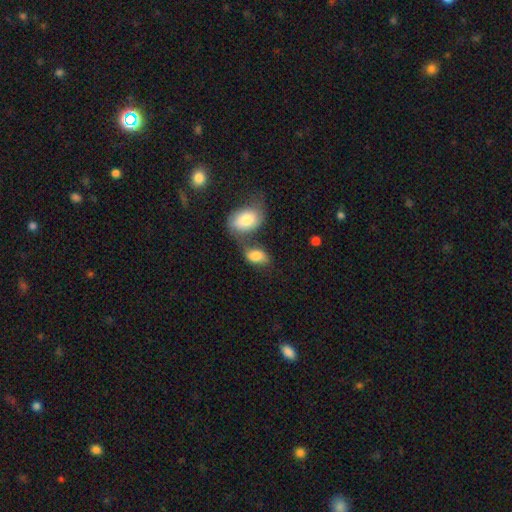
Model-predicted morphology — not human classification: smooth-or-featured: smooth: 76% | featured or disk: 15% | star or artifact: 8%
  how-rounded: in between: 89% | round: 9% | cigar-shaped: 2%
  merging: merger: 49% | none: 29% | minor disturbance: 14% | major disturbance: 8%